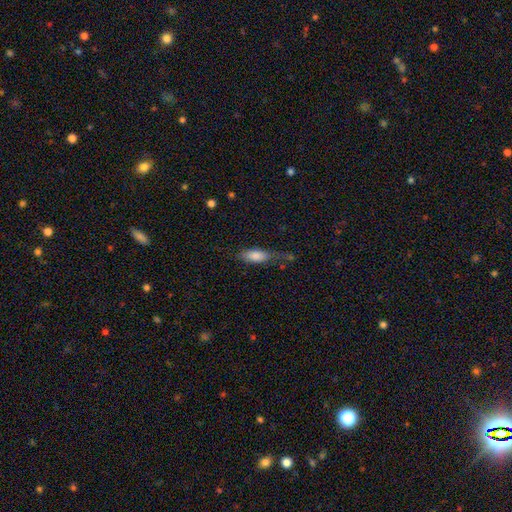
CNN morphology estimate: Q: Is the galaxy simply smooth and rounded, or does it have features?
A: smooth — 79%.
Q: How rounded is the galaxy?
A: in between — 74%.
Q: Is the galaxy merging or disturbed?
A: none — 46%.